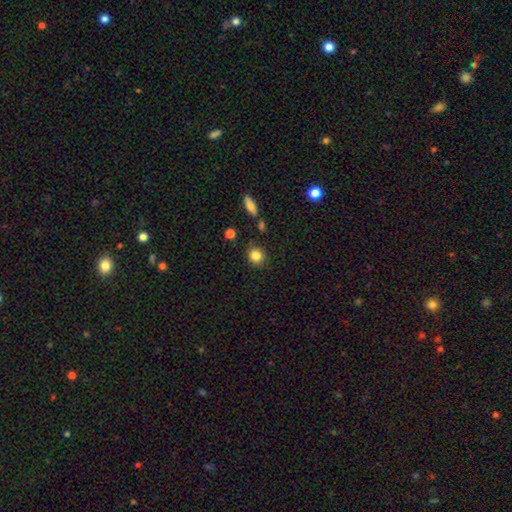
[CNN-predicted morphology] The model was most divided on "how rounded": round: 82%, in between: 17%, cigar-shaped: 1%. More confident: smooth or featured — smooth (85%); merging — none (84%).